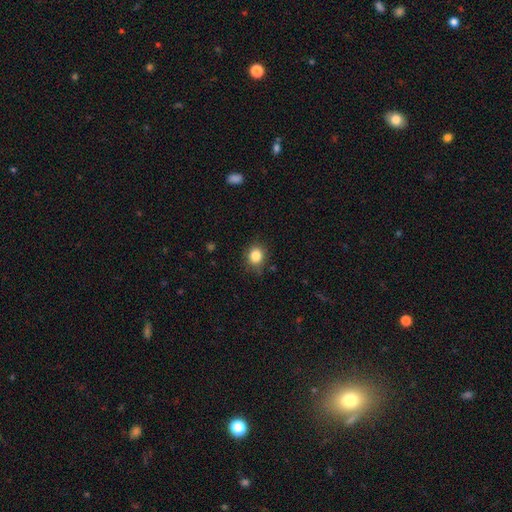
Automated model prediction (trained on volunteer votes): Q: Smooth or featured?
A: smooth (84%); runner-up: star or artifact (11%)
Q: How rounded?
A: round (73%); runner-up: in between (26%)
Q: Merging?
A: none (82%); runner-up: minor disturbance (13%)